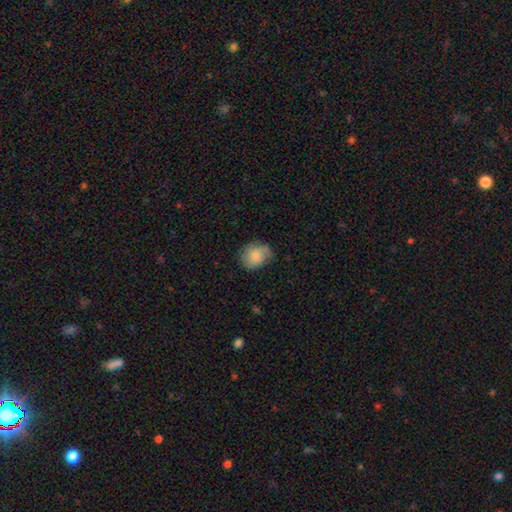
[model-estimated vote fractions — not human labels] A smooth galaxy with no disk features (75%) that is round (57%). Merging: none (62%).